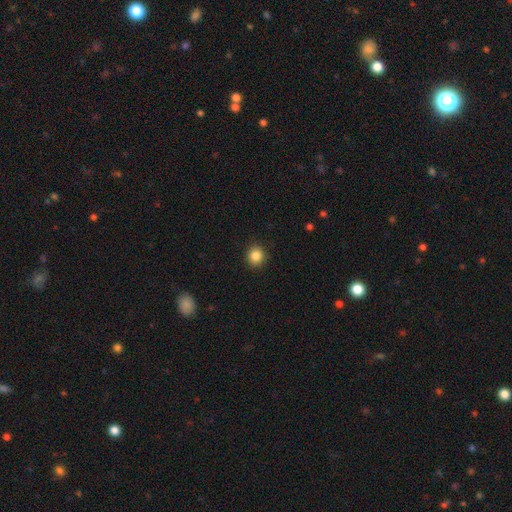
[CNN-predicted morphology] Overall: smooth (86%). How rounded: round (90%). Merging: none (92%).